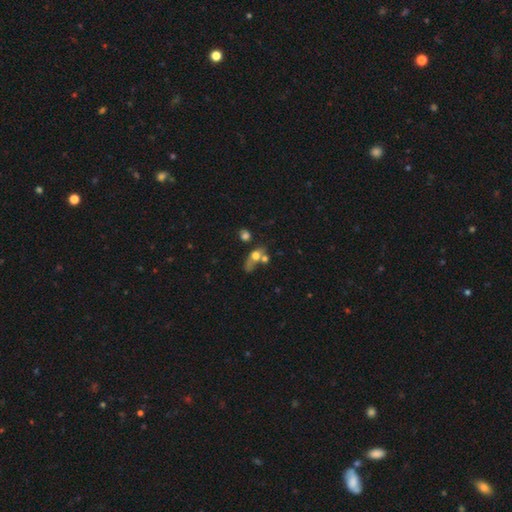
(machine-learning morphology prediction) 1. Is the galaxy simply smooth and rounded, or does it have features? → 59% smooth, 28% featured or disk, 14% star or artifact.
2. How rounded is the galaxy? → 52% in between, 41% round, 6% cigar-shaped.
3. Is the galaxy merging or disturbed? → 47% merger, 23% none, 17% major disturbance, 13% minor disturbance.